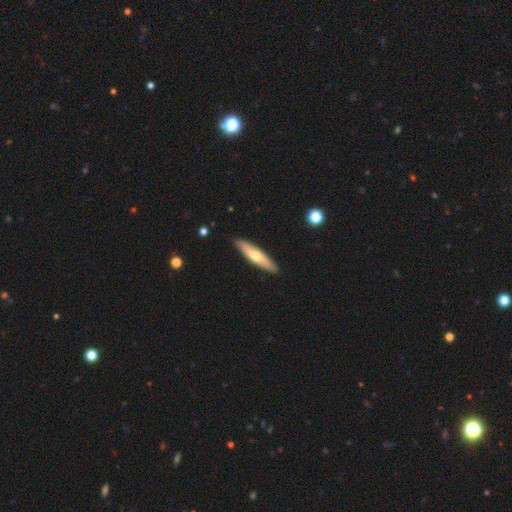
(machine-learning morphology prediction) A smooth galaxy with no disk features (54%) that is cigar-shaped (78%).

Vote fractions:
- Smooth or featured? smooth: 54% / featured or disk: 41% / star or artifact: 5%
- How rounded? cigar-shaped: 78% / in between: 20% / round: 2%
- Merging? none: 89% / minor disturbance: 8% / major disturbance: 2% / merger: 1%